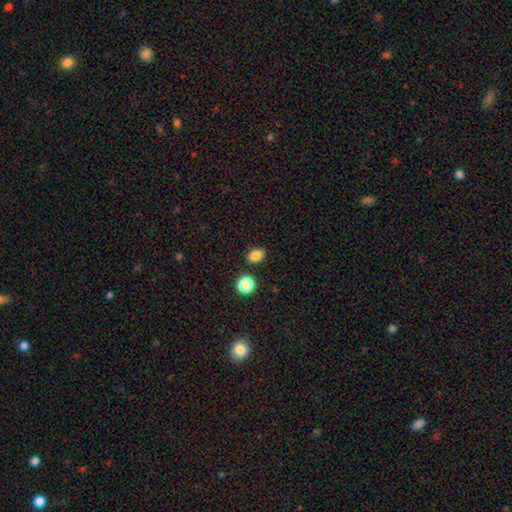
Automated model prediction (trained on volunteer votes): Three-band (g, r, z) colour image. It shows a smooth galaxy with no disk features (83%) that is in between round and cigar-shaped (71%). Merging: none (86%).